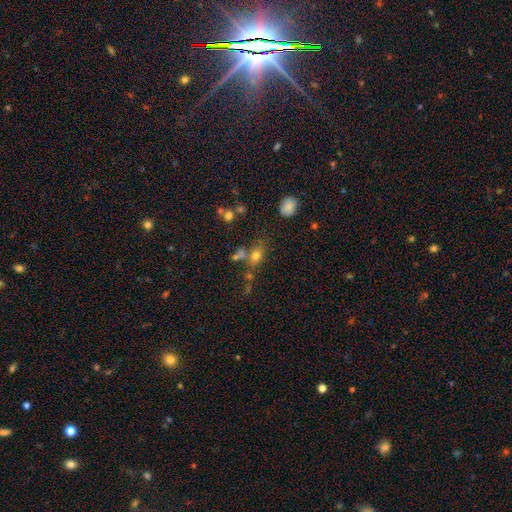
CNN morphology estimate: Smooth or featured: smooth — 69% (star or artifact — 18%)
How rounded: in between — 62% (round — 34%)
Merging: none — 51% (merger — 27%)